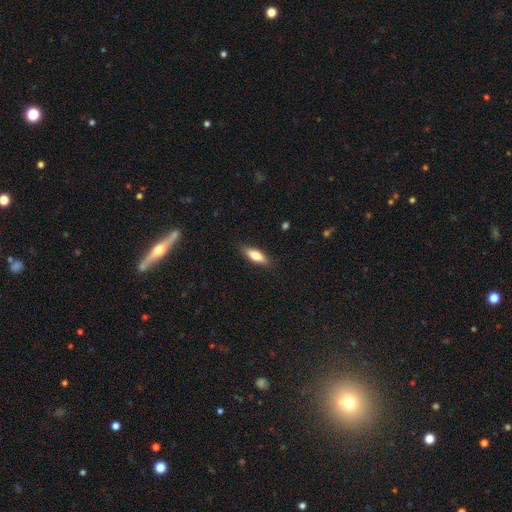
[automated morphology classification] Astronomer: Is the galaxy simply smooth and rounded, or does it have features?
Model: smooth — 72%.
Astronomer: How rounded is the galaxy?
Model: in between — 56% (runner-up: cigar-shaped, 42%).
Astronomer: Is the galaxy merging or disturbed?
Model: none — 86%.